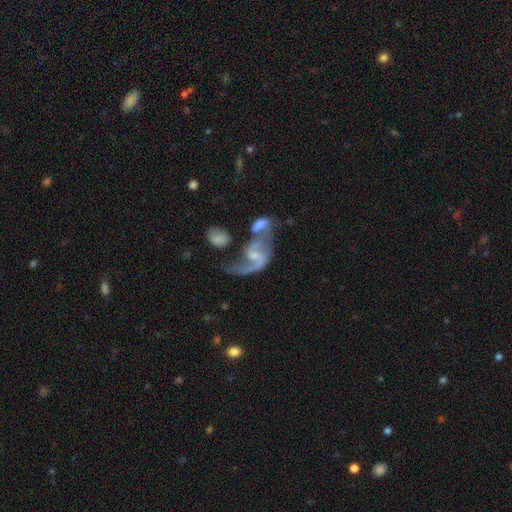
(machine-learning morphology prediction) type=featured or disk (81%); edge-on=no (97%); bar=weak (46%); spiral arms=yes (89%); winding=loose (72%); arm count=2 (69%); bulge=small (49%); merging=merger (42%).